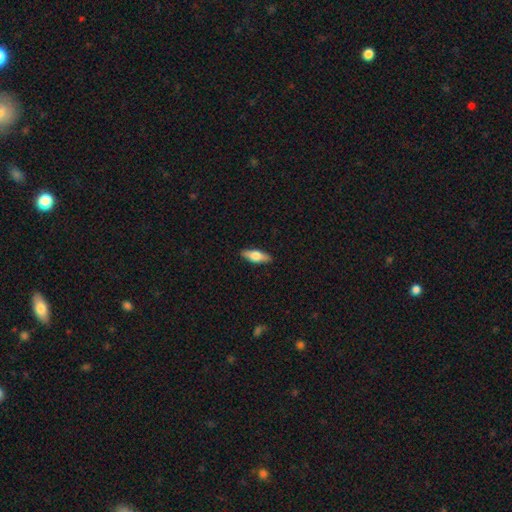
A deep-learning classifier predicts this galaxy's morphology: Smooth or featured? smooth (61%)
How rounded? in between (63%)
Merging? none (89%)